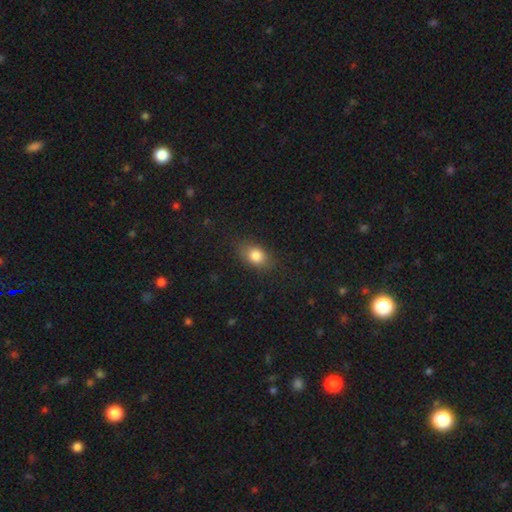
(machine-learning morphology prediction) Overall: smooth (82%). How rounded: in between (70%). Merging: none (79%).